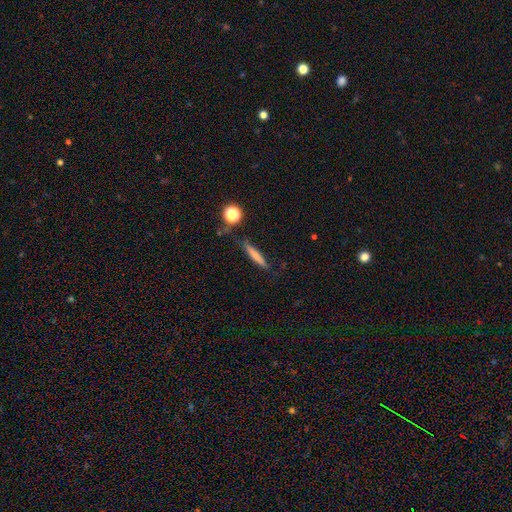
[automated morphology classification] This is likely a smooth galaxy (69%). How rounded: clearly cigar-shaped (91%). Merging: likely none (79%).